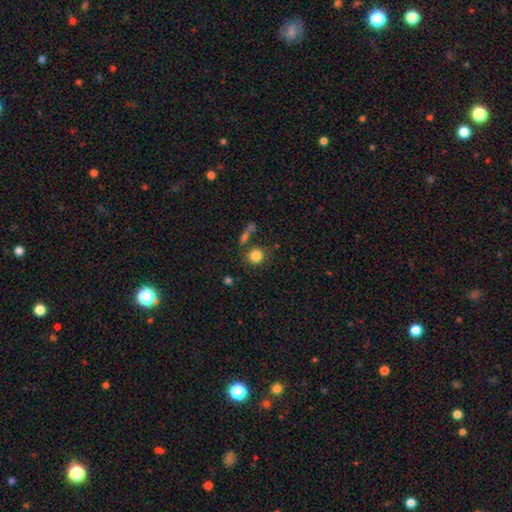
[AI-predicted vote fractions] This is clearly a smooth galaxy (83%). How rounded: clearly round (87%). Merging: likely none (72%).